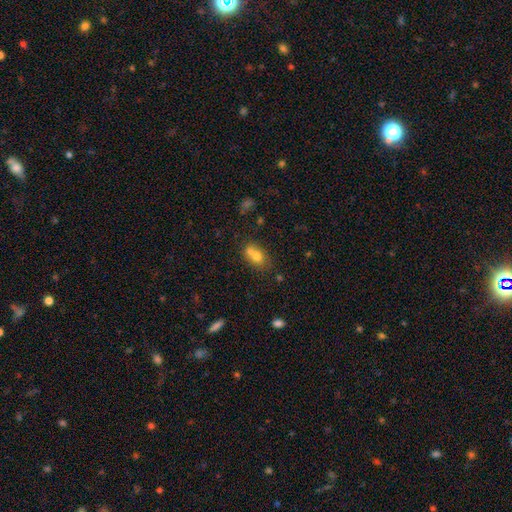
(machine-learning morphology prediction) Smooth or featured? smooth (70%)
How rounded? in between (57%)
Merging? merger (56%)